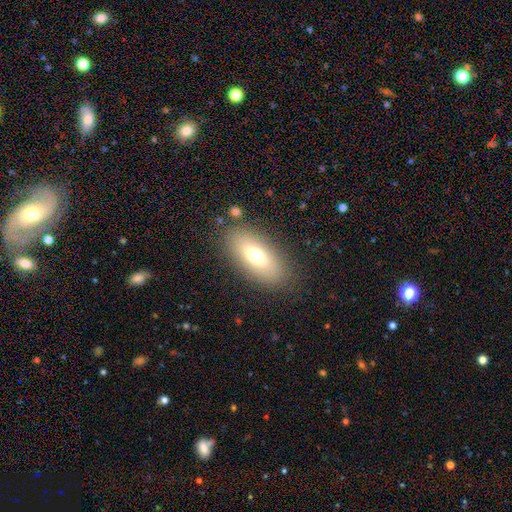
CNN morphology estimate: A smooth galaxy with no disk features (69%) that is in between round and cigar-shaped (83%).

Vote fractions:
- Smooth or featured? smooth: 69% / featured or disk: 22% / star or artifact: 10%
- How rounded? in between: 83% / cigar-shaped: 13% / round: 5%
- Merging? none: 84% / minor disturbance: 10% / major disturbance: 4% / merger: 2%